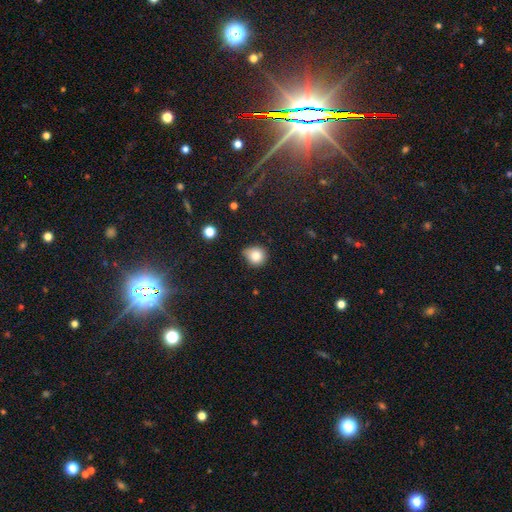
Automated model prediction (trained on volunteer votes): Smooth or featured? smooth (82%)
How rounded? round (87%)
Merging? none (60%)